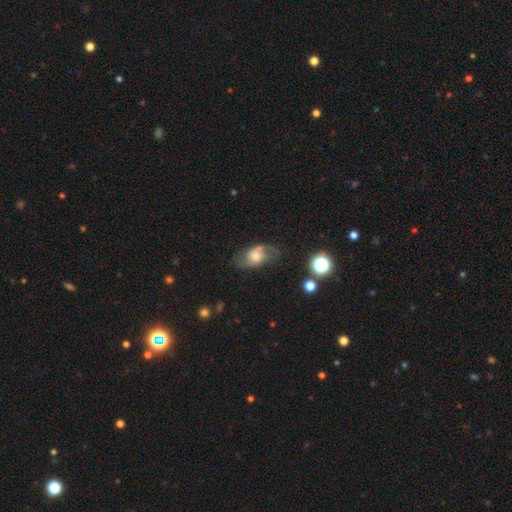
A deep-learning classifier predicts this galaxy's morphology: smooth_or_featured: featured or disk (p=0.66) [alt: smooth p=0.25]
disk_edge_on: no (p=0.94) [alt: yes p=0.06]
bar: no (p=0.67) [alt: weak p=0.28]
has_spiral_arms: yes (p=0.87) [alt: no p=0.13]
spiral_winding: loose (p=0.44) [alt: medium p=0.42]
spiral_arm_count: 2 (p=0.84) [alt: can't tell p=0.08]
bulge_size: moderate (p=0.54) [alt: small p=0.29]
merging: none (p=0.63) [alt: minor disturbance p=0.21]